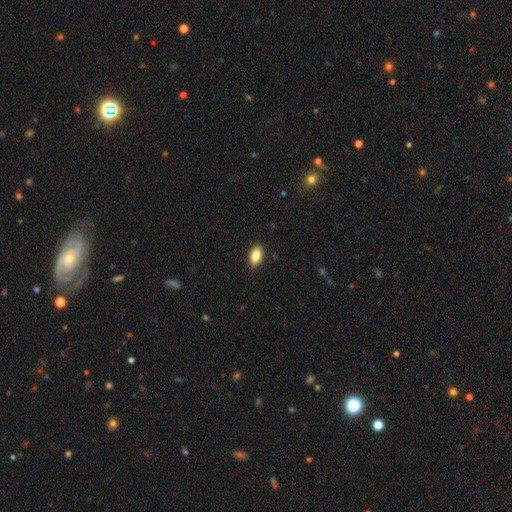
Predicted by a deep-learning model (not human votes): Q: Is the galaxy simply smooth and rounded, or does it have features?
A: smooth — 85%.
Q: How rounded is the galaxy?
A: in between — 92%.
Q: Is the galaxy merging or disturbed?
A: none — 90%.